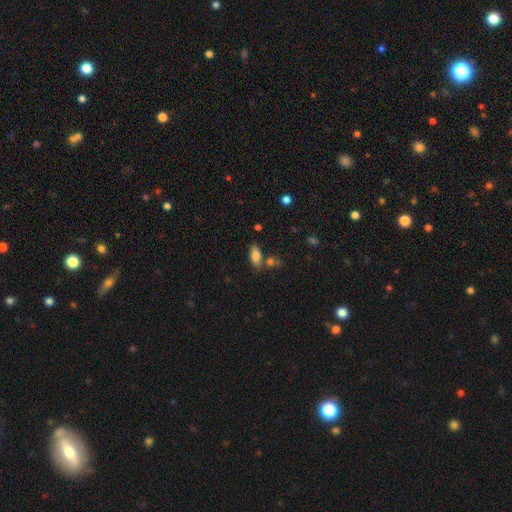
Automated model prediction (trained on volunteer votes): This is clearly a smooth galaxy (83%). How rounded: clearly in between (88%). Merging: likely none (67%).